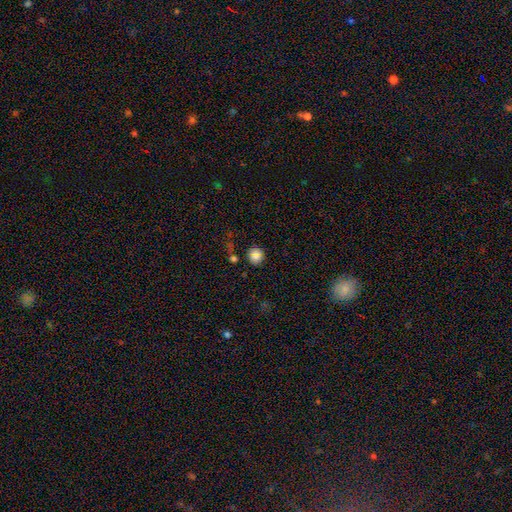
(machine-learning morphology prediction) A smooth galaxy with no disk features (77%) that is round (88%).

Vote fractions:
- Smooth or featured? smooth: 77% / star or artifact: 13% / featured or disk: 10%
- How rounded? round: 88% / in between: 11% / cigar-shaped: 1%
- Merging? none: 78% / minor disturbance: 13% / merger: 6% / major disturbance: 4%